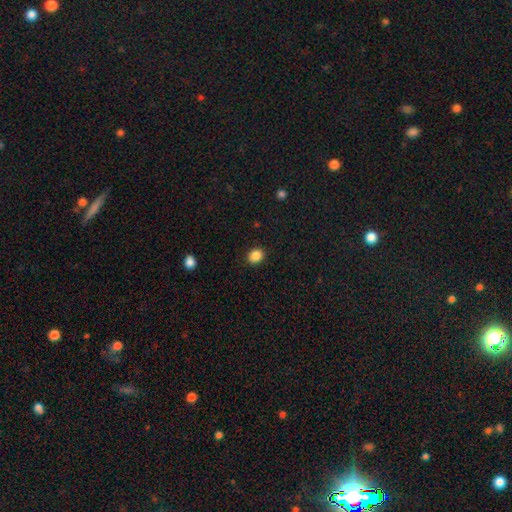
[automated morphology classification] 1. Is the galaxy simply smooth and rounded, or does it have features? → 87% smooth, 10% star or artifact, 3% featured or disk.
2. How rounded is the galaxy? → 59% round, 40% in between, 1% cigar-shaped.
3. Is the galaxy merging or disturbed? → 90% none, 7% minor disturbance, 2% major disturbance, 1% merger.